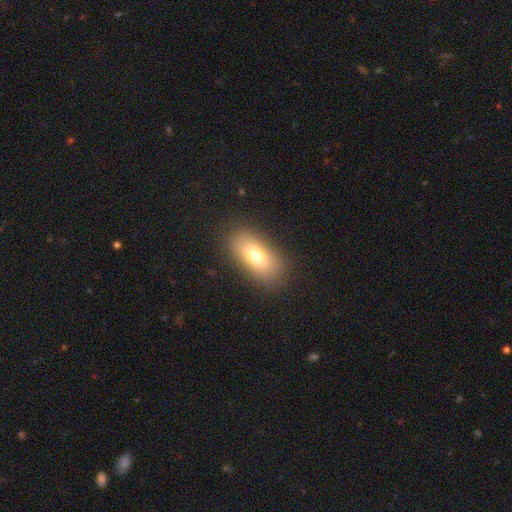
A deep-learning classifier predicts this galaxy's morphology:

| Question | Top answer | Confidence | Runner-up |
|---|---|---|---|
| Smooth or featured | smooth | 74% | featured or disk (16%) |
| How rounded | in between | 86% | cigar-shaped (9%) |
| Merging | none | 86% | minor disturbance (9%) |